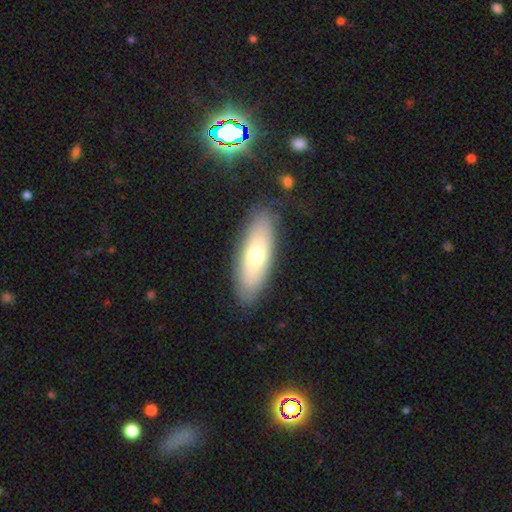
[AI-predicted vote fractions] Smooth or featured? smooth (64%)
How rounded? in between (61%)
Merging? none (84%)